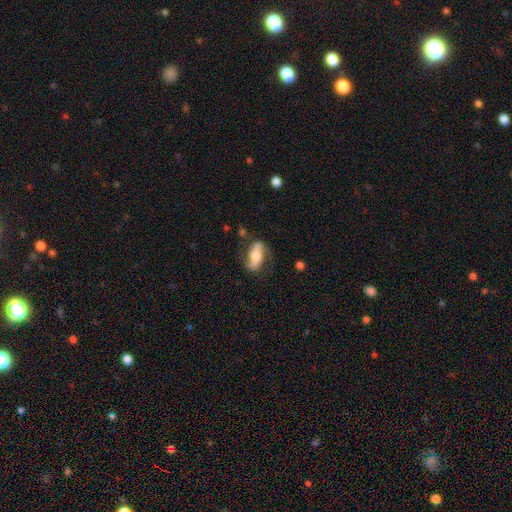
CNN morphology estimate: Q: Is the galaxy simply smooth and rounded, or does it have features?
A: featured or disk — 61%.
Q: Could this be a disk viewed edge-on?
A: no — 86%.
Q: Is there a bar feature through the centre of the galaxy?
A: strong — 40%.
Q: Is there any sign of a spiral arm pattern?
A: yes — 84%.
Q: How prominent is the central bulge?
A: moderate — 47%.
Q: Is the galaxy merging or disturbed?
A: none — 70%.